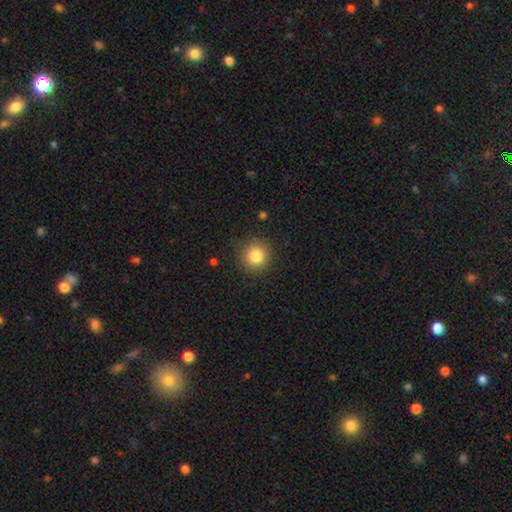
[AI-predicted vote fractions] This is clearly a smooth galaxy (83%). How rounded: clearly round (93%). Merging: clearly none (88%).